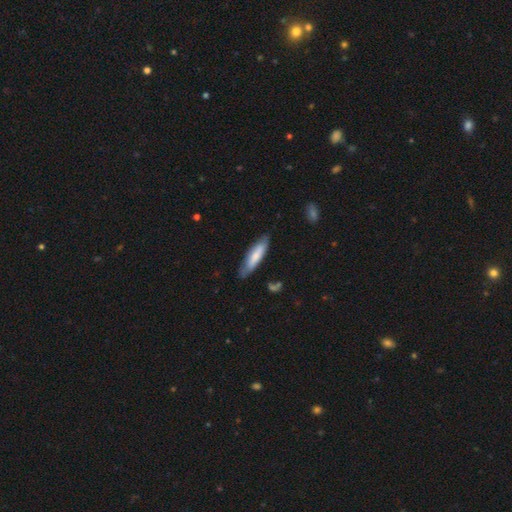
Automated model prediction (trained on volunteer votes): Smooth or featured? Predicted: smooth (p=0.70). How rounded? Predicted: cigar-shaped (p=0.69). Merging? Predicted: none (p=0.77).